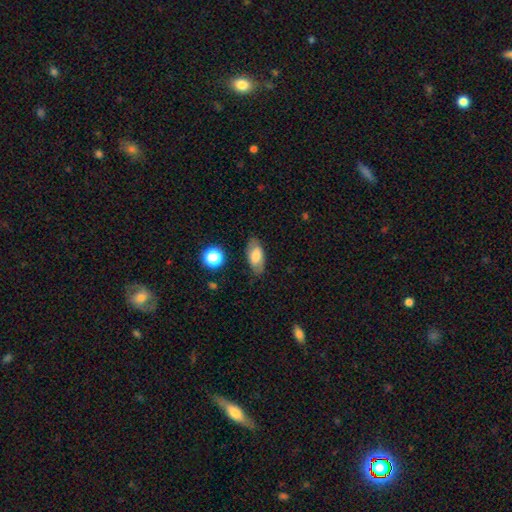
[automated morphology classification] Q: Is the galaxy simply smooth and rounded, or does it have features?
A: smooth — 61%.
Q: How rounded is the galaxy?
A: in between — 88%.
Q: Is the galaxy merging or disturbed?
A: none — 80%.